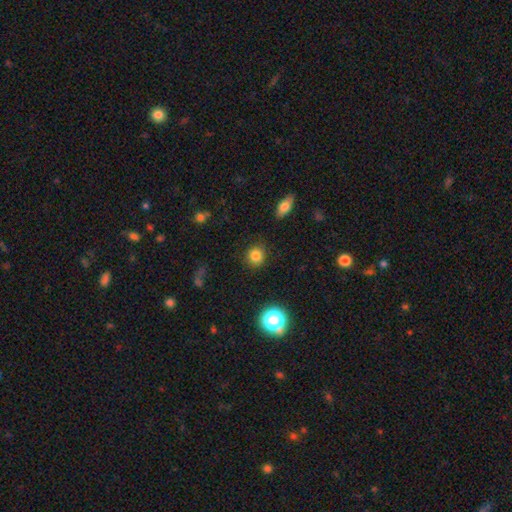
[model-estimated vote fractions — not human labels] A smooth galaxy with no disk features (83%) that is round (87%). Merging: none (89%).